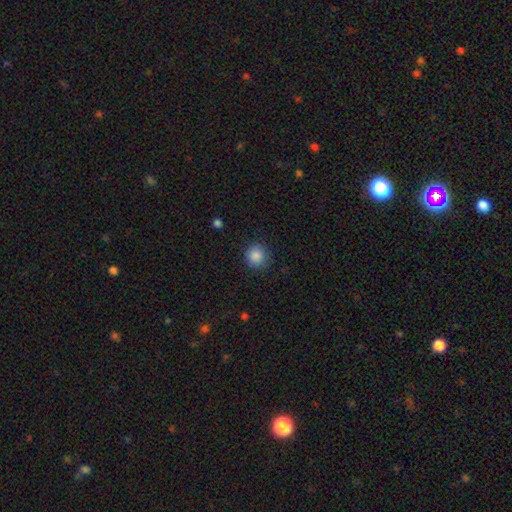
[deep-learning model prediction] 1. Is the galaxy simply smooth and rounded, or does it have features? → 87% smooth, 10% star or artifact, 3% featured or disk.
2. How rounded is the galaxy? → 93% round, 6% in between, 1% cigar-shaped.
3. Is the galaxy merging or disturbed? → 88% none, 8% minor disturbance, 3% major disturbance, 1% merger.